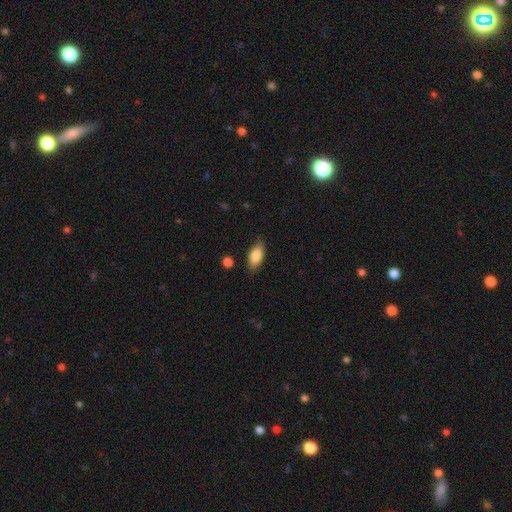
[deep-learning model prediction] This appears to be a smooth galaxy with no disk features (84%) that is in between round and cigar-shaped (87%). Merging: none (83%).